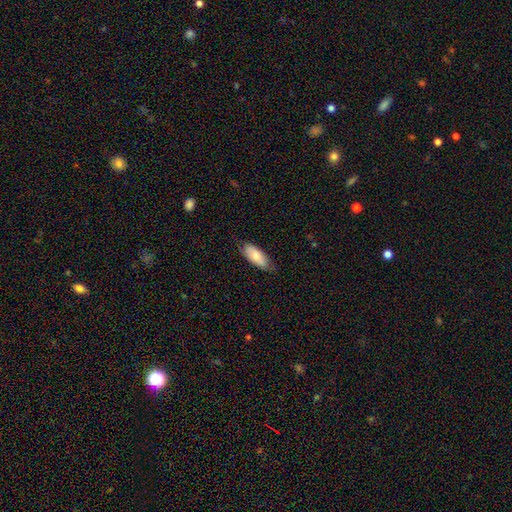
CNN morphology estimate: Smooth or featured? Predicted: smooth (p=0.79). How rounded? Predicted: in between (p=0.82). Merging? Predicted: none (p=0.75).